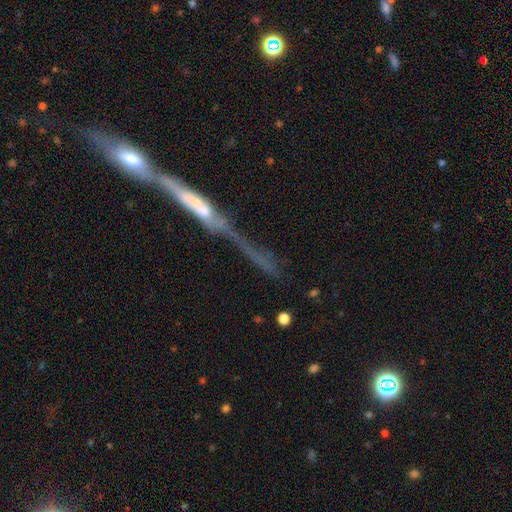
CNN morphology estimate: smooth_or_featured: featured or disk (p=0.74) [alt: smooth p=0.13]
disk_edge_on: yes (p=0.81) [alt: no p=0.19]
edge_on_bulge: rounded (p=0.42) [alt: boxy p=0.35]
merging: merger (p=0.43) [alt: none p=0.36]